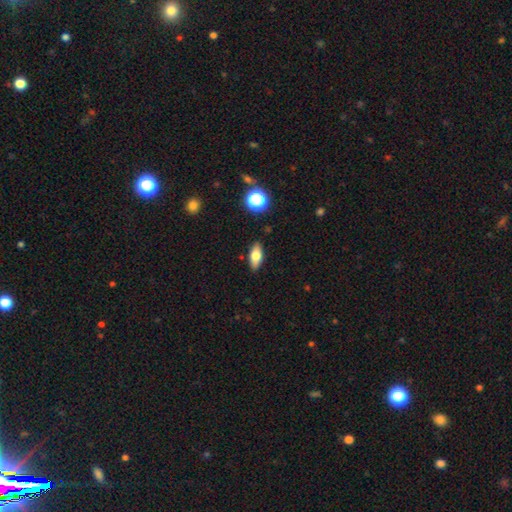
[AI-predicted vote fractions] This appears to be a smooth galaxy with no disk features (74%) that is in between round and cigar-shaped (82%). Merging: none (87%).